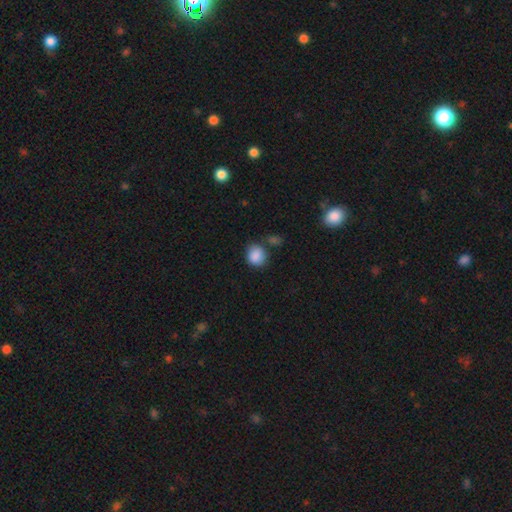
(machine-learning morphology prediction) smooth-or-featured: smooth: 87% | star or artifact: 8% | featured or disk: 4%
  how-rounded: round: 72% | in between: 27% | cigar-shaped: 1%
  merging: none: 65% | minor disturbance: 19% | merger: 10% | major disturbance: 5%